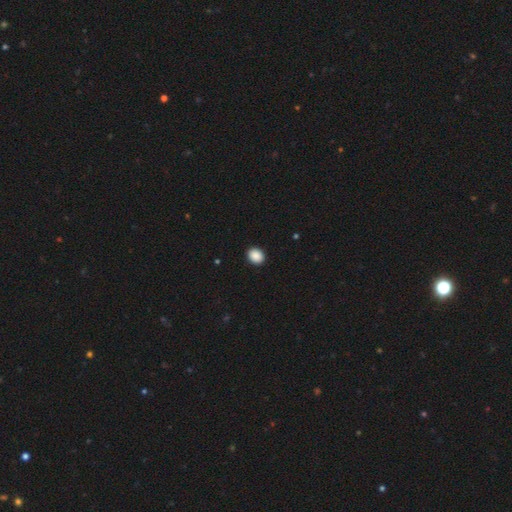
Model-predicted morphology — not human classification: Smooth or featured? Predicted: smooth (p=0.90). How rounded? Predicted: round (p=0.50). Merging? Predicted: none (p=0.92).